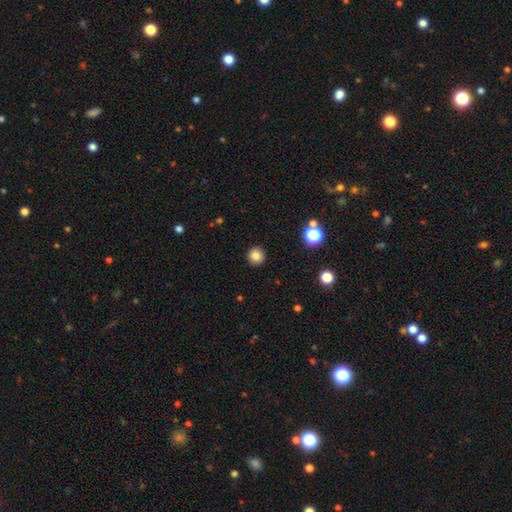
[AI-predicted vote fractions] Overall: smooth (83%). How rounded: round (94%). Merging: none (93%).